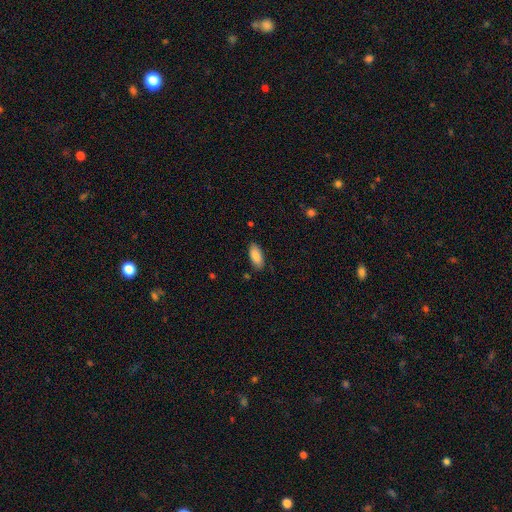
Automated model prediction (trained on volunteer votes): This appears to be a smooth galaxy with no disk features (87%) that is in between round and cigar-shaped (86%). Merging: none (84%).